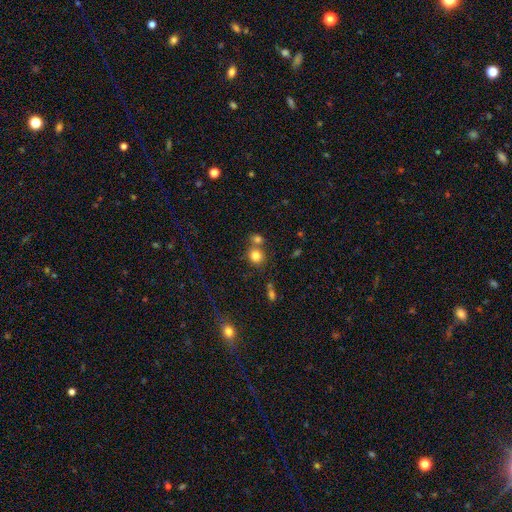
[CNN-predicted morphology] type=smooth (80%); roundness=round (84%); merging=none (57%).